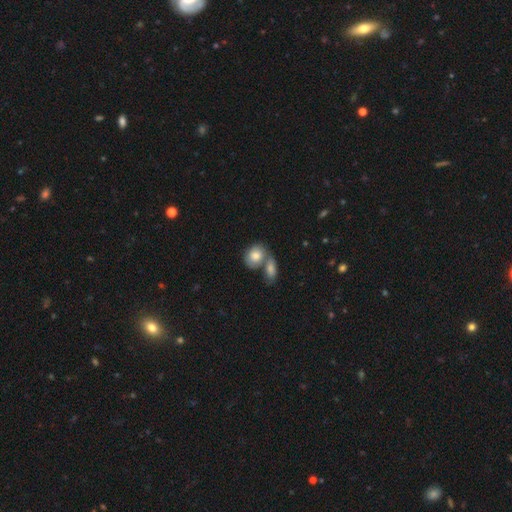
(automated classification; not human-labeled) Smooth or featured?
  - smooth: 78% *
  - featured or disk: 15%
  - star or artifact: 6%
How rounded?
  - in between: 51% *
  - round: 47%
  - cigar-shaped: 2%
Merging?
  - merger: 53% *
  - none: 34%
  - minor disturbance: 10%
  - major disturbance: 4%